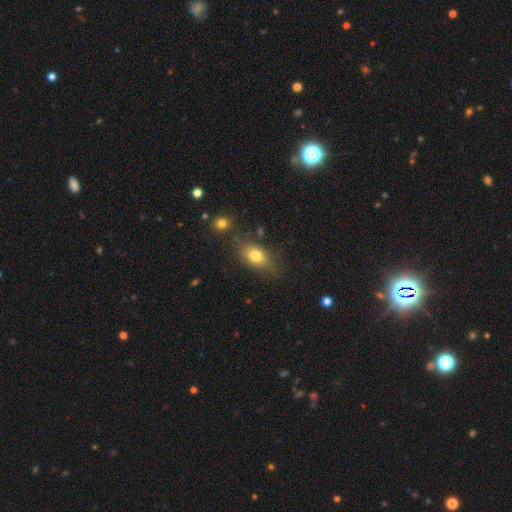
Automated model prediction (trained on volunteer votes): The model was most divided on "merging": none: 71%, minor disturbance: 19%, major disturbance: 6%, merger: 4%. More confident: how rounded — in between (79%); smooth or featured — smooth (78%).